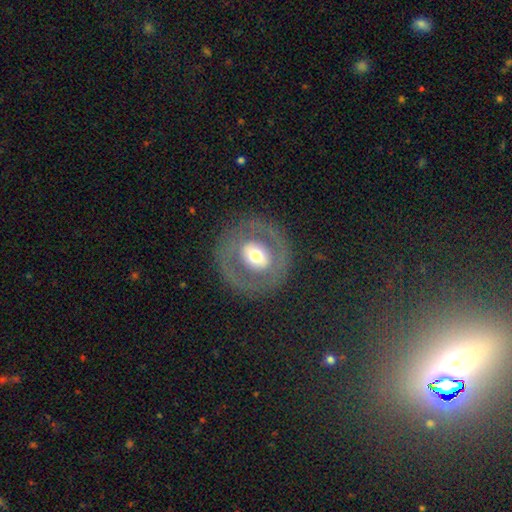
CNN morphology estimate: A featured or disk galaxy (54%) with no bar (55%), no spiral arms (82%) and a moderate central bulge (60%).

Vote fractions:
- Smooth or featured? featured or disk: 54% / smooth: 38% / star or artifact: 8%
- Edge-on disk? no: 94% / yes: 6%
- Bar? no: 55% / weak: 26% / strong: 19%
- Spiral arms? no: 82% / yes: 18%
- Bulge size? moderate: 60% / large: 24% / small: 12% / dominant: 3% / none: 1%
- Merging? none: 80% / minor disturbance: 10% / major disturbance: 9% / merger: 1%